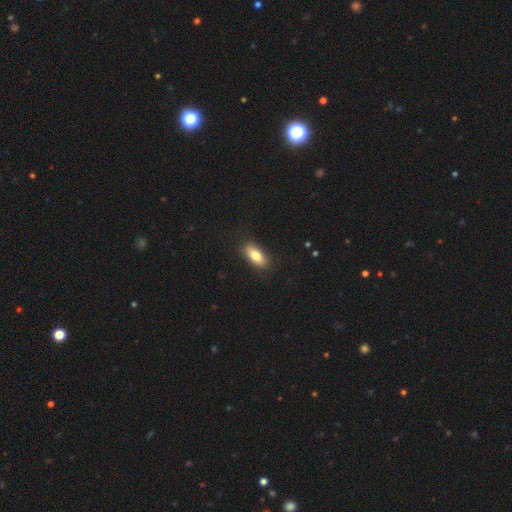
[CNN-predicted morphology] Smooth or featured? Predicted: smooth (p=0.78). How rounded? Predicted: in between (p=0.83). Merging? Predicted: none (p=0.87).